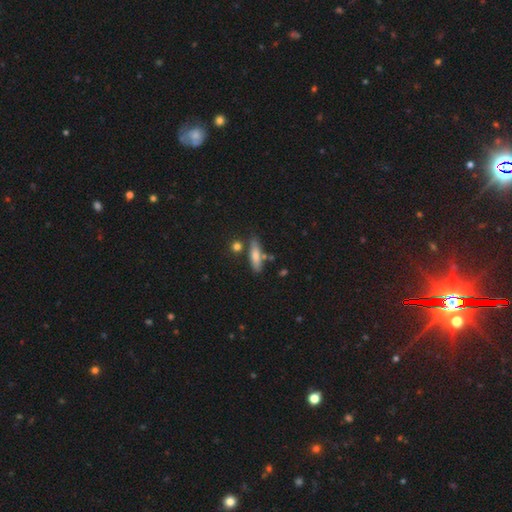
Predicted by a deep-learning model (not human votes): The model was most divided on "how rounded": cigar-shaped: 61%, in between: 35%, round: 3%. More confident: smooth or featured — smooth (70%); merging — none (70%).